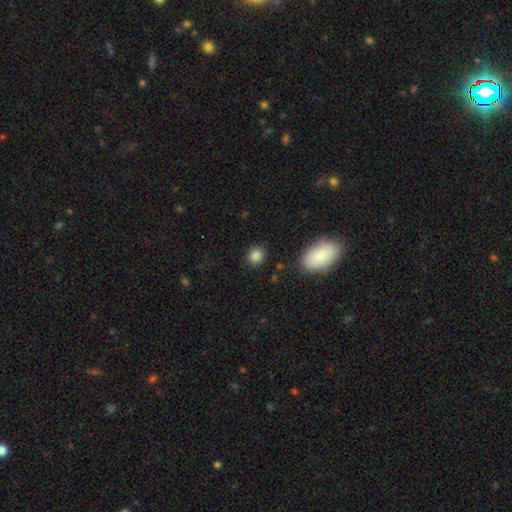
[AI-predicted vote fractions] Morphology: type=smooth (86%); roundness=round (70%); merging=none (85%).